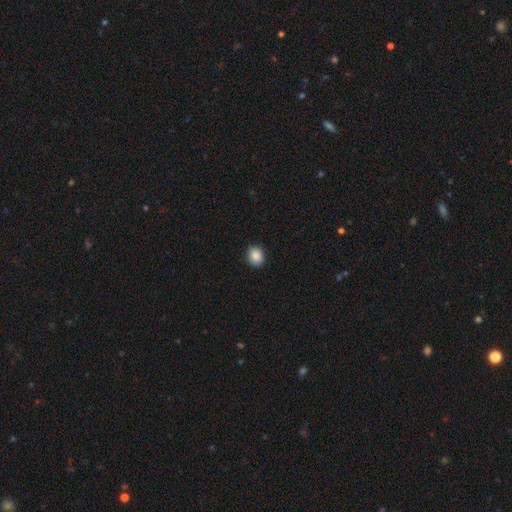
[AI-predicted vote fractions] Smooth or featured: smooth — 87% (star or artifact — 9%)
How rounded: round — 72% (in between — 27%)
Merging: none — 90% (minor disturbance — 7%)